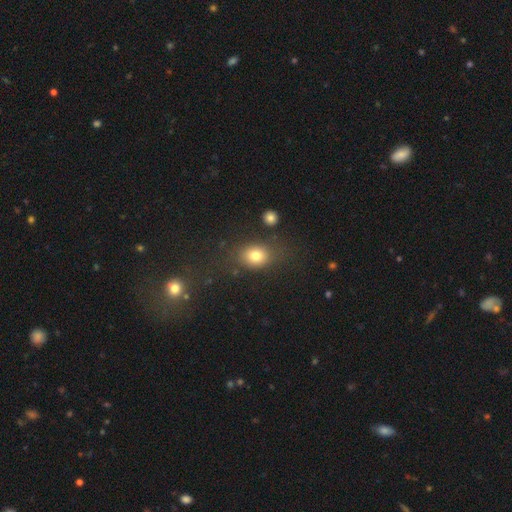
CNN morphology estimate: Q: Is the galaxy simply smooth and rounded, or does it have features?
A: smooth — 78%.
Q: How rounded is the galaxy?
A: in between — 53%.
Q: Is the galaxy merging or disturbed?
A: none — 72%.